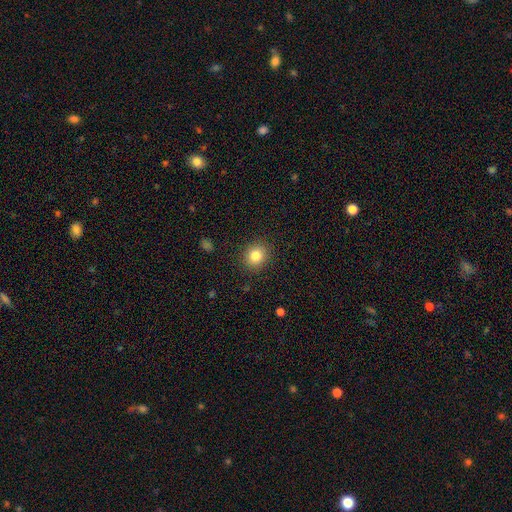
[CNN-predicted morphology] type=smooth (82%); roundness=round (76%); merging=none (89%).